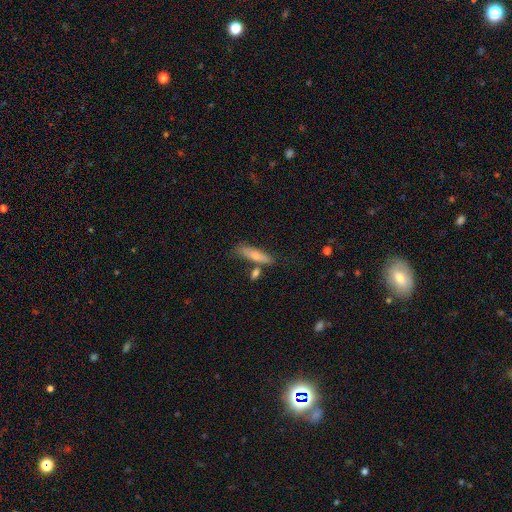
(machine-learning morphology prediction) The model was most divided on "how rounded": cigar-shaped: 72%, in between: 26%, round: 2%. More confident: smooth or featured — smooth (72%); merging — none (63%).